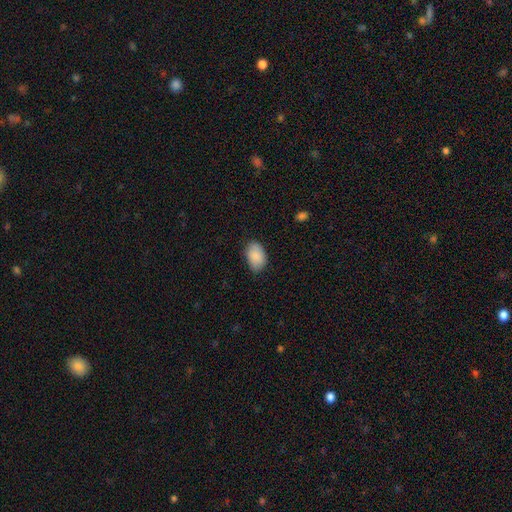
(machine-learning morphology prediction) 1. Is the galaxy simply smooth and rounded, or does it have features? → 89% smooth, 6% star or artifact, 5% featured or disk.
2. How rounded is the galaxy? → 90% in between, 9% round, 1% cigar-shaped.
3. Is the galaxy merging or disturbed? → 81% none, 15% minor disturbance, 3% major disturbance, 1% merger.